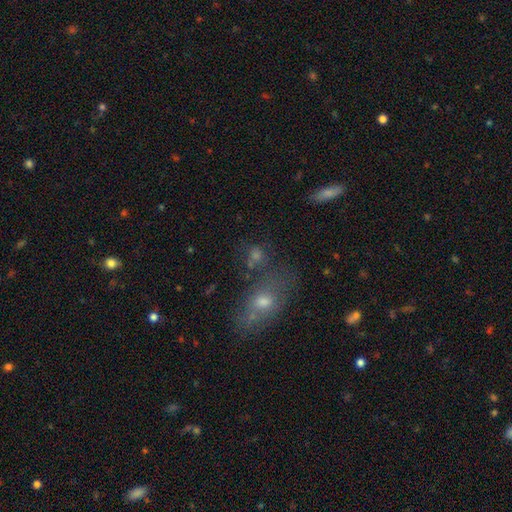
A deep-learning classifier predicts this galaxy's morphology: smooth-or-featured: smooth: 55% | star or artifact: 25% | featured or disk: 20%
  how-rounded: in between: 52% | round: 41% | cigar-shaped: 7%
  merging: none: 55% | merger: 21% | minor disturbance: 15% | major disturbance: 9%